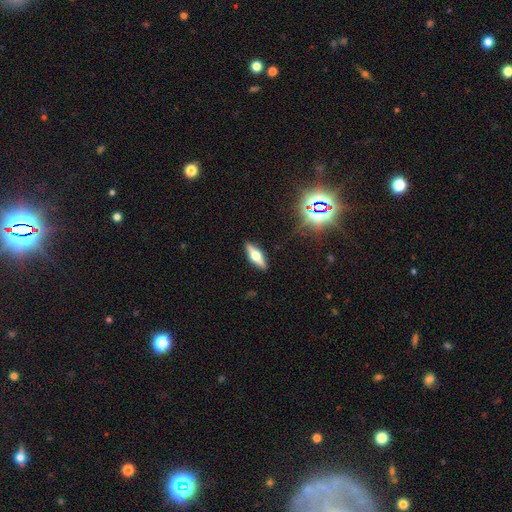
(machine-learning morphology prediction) The model was most divided on "smooth or featured": featured or disk: 62%, smooth: 29%, star or artifact: 9%. More confident: edge-on disk — yes (95%); edge-on bulge — rounded (93%); merging — none (90%).